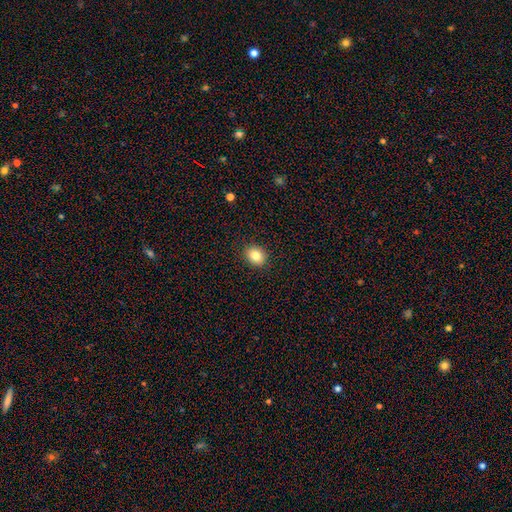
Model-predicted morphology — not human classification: A smooth galaxy with no disk features (83%) that is round (59%). Merging: none (91%).